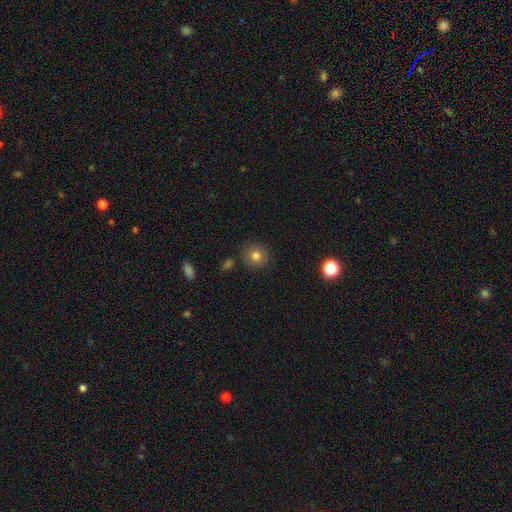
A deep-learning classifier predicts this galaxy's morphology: A smooth galaxy with no disk features (78%) that is round (92%).

Vote fractions:
- Smooth or featured? smooth: 78% / star or artifact: 12% / featured or disk: 10%
- How rounded? round: 92% / in between: 7% / cigar-shaped: 1%
- Merging? none: 87% / minor disturbance: 8% / merger: 3% / major disturbance: 2%